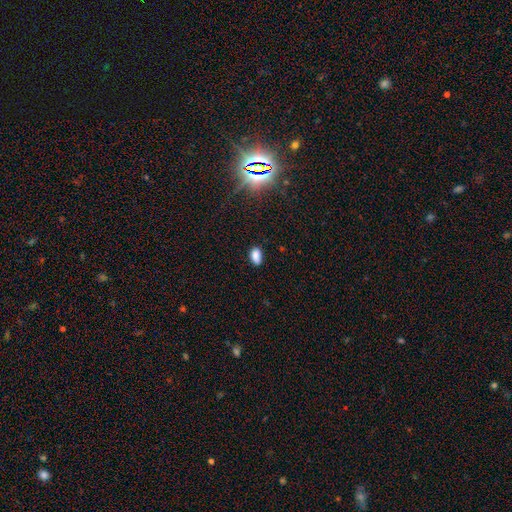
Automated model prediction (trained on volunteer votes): A smooth galaxy with no disk features (84%) that is in between round and cigar-shaped (89%). Merging: none (77%).